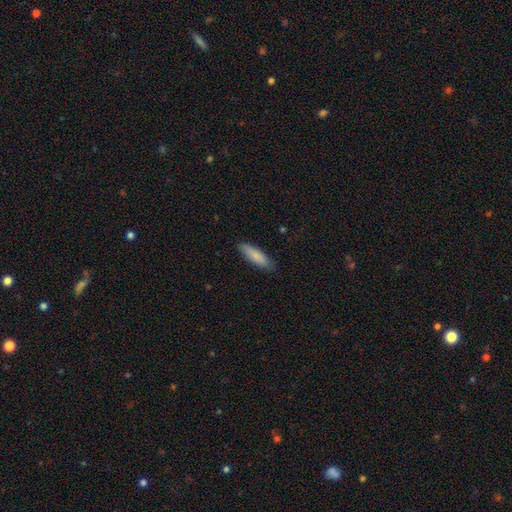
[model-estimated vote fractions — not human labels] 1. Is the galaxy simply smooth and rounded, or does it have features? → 82% smooth, 13% featured or disk, 6% star or artifact.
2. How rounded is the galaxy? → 61% cigar-shaped, 38% in between, 1% round.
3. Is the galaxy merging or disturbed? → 83% none, 14% minor disturbance, 2% major disturbance, 1% merger.